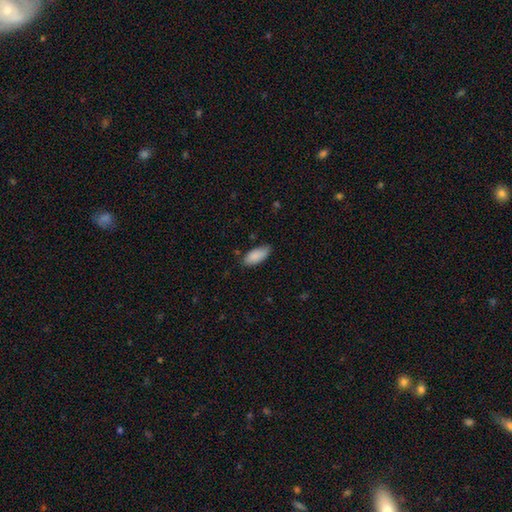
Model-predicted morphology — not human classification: Overall: smooth (88%). How rounded: in between (86%). Merging: none (77%).